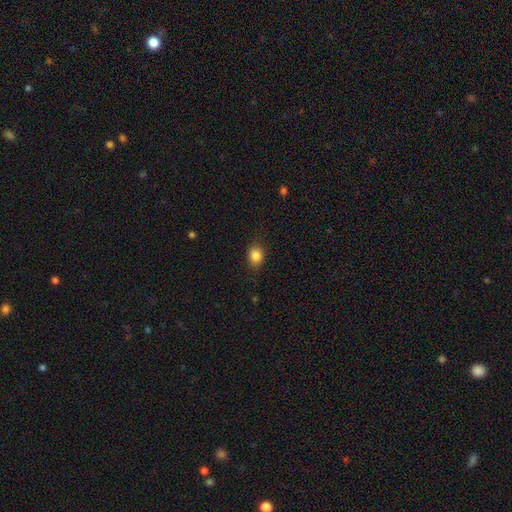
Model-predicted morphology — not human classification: Smooth or featured? Predicted: smooth (p=0.85). How rounded? Predicted: in between (p=0.53). Merging? Predicted: none (p=0.84).